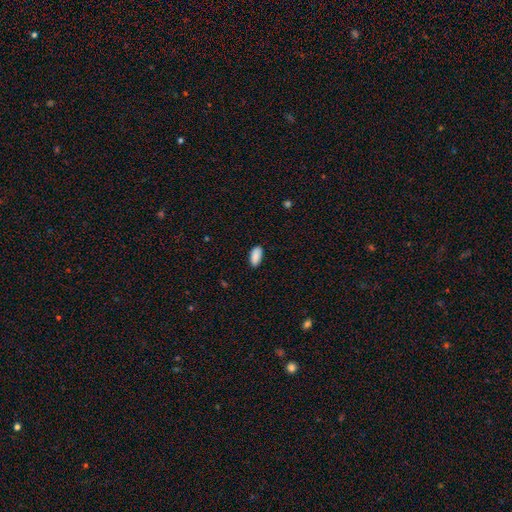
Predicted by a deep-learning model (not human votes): Smooth or featured? smooth (90%)
How rounded? in between (93%)
Merging? none (85%)